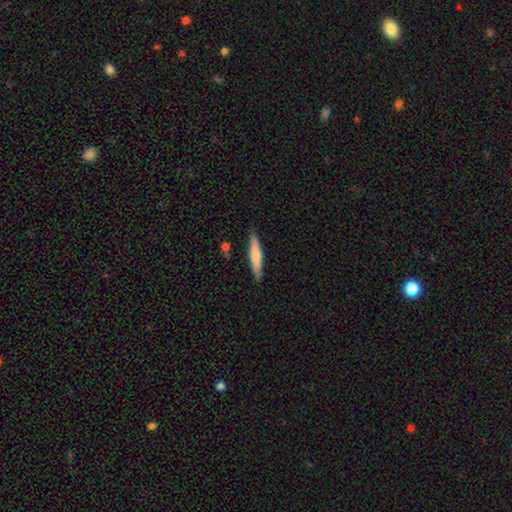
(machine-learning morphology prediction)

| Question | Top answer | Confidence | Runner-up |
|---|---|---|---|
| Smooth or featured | smooth | 64% | featured or disk (31%) |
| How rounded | cigar-shaped | 90% | in between (8%) |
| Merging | none | 88% | minor disturbance (9%) |